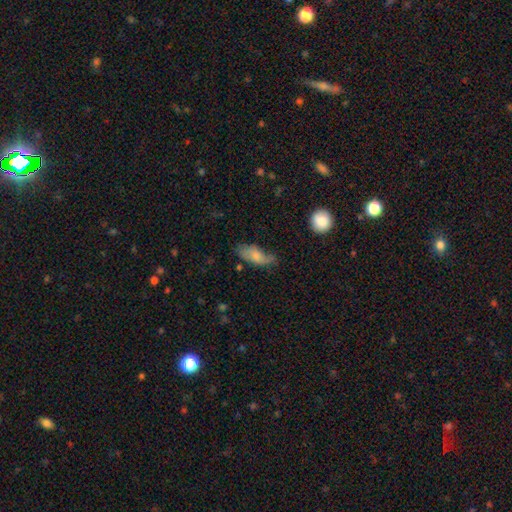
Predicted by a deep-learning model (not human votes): smooth-or-featured: smooth: 69% | featured or disk: 23% | star or artifact: 8%
  how-rounded: in between: 77% | cigar-shaped: 19% | round: 3%
  merging: none: 48% | minor disturbance: 34% | major disturbance: 14% | merger: 4%